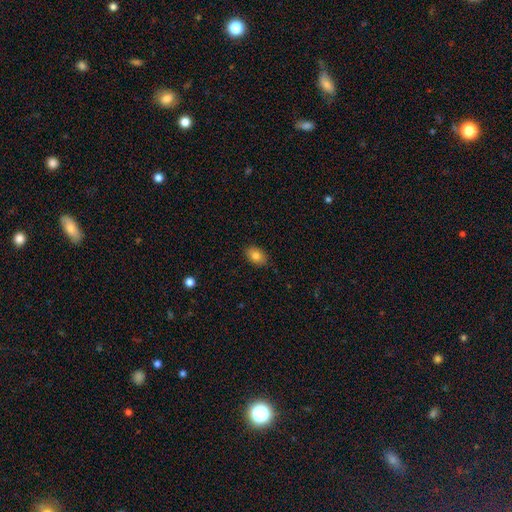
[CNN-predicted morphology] Smooth or featured?
  - smooth: 83% *
  - star or artifact: 9%
  - featured or disk: 8%
How rounded?
  - in between: 85% *
  - round: 14%
  - cigar-shaped: 1%
Merging?
  - none: 88% *
  - minor disturbance: 9%
  - major disturbance: 2%
  - merger: 1%